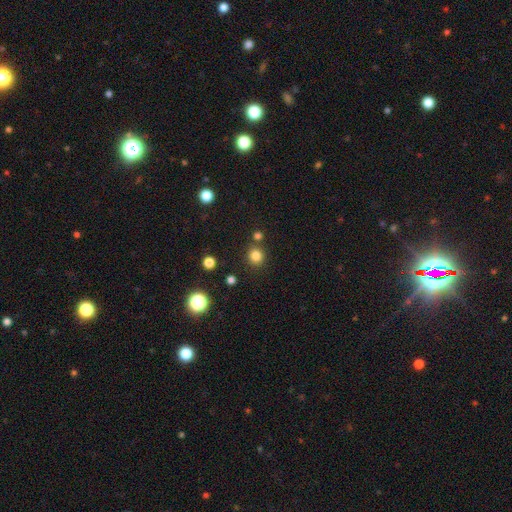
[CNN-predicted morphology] Smooth or featured?
  - smooth: 81% *
  - star or artifact: 14%
  - featured or disk: 5%
How rounded?
  - round: 89% *
  - in between: 10%
  - cigar-shaped: 1%
Merging?
  - none: 80% *
  - merger: 9%
  - minor disturbance: 8%
  - major disturbance: 3%